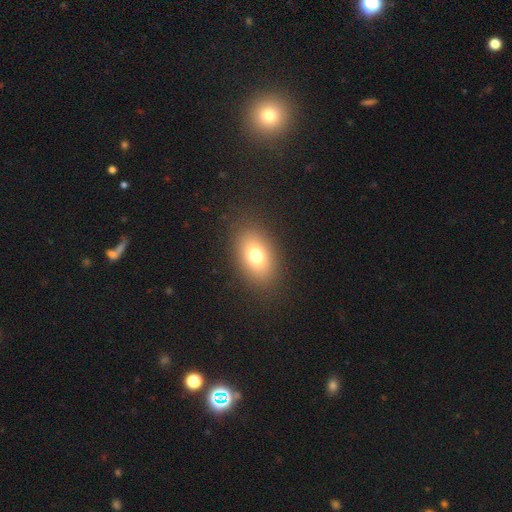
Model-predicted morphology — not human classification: Smooth or featured? Predicted: smooth (p=0.72). How rounded? Predicted: in between (p=0.80). Merging? Predicted: none (p=0.86).